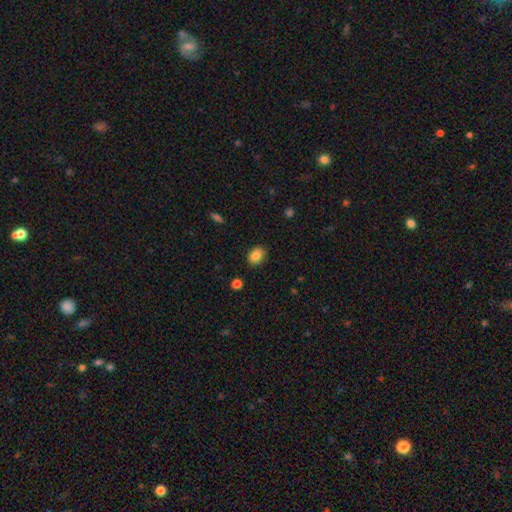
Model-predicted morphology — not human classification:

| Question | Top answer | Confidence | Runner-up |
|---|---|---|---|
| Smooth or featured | smooth | 84% | star or artifact (9%) |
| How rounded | in between | 61% | round (38%) |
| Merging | none | 85% | minor disturbance (11%) |